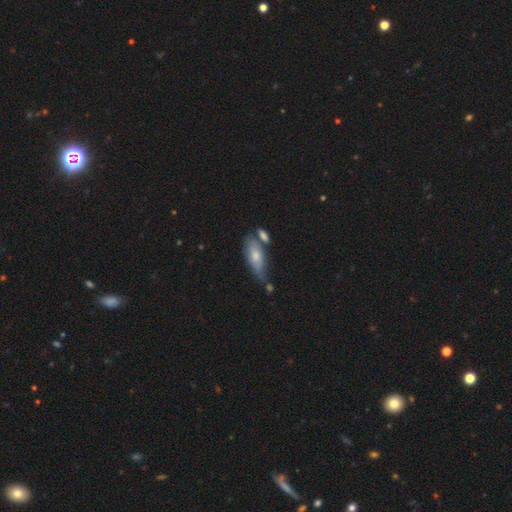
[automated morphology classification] smooth-or-featured: smooth: 66% | featured or disk: 27% | star or artifact: 7%
  how-rounded: in between: 74% | cigar-shaped: 24% | round: 3%
  merging: none: 50% | minor disturbance: 24% | merger: 19% | major disturbance: 7%